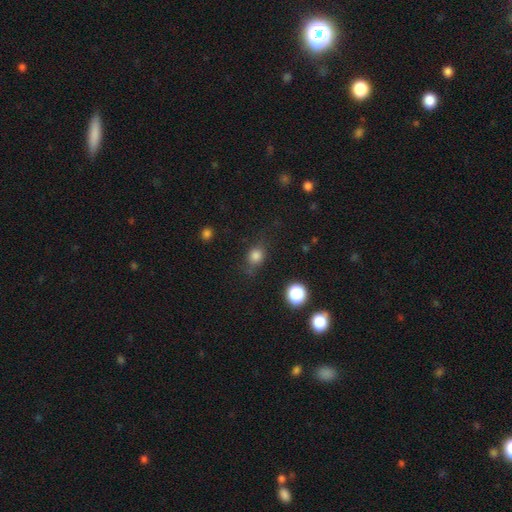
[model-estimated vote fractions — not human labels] Smooth or featured? smooth (79%)
How rounded? round (68%)
Merging? none (68%)